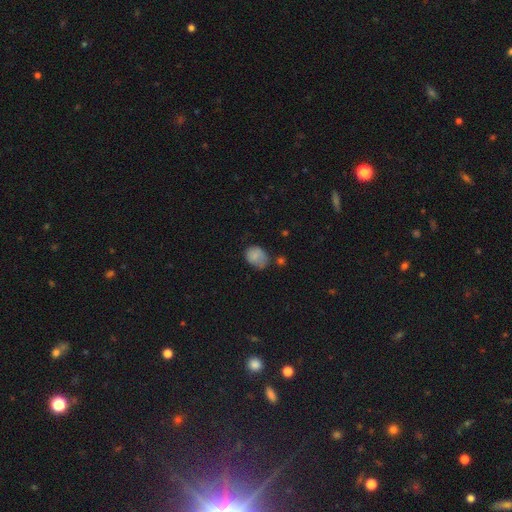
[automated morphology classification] This appears to be a smooth galaxy with no disk features (78%) that is in between round and cigar-shaped (60%). Merging: none (45%).